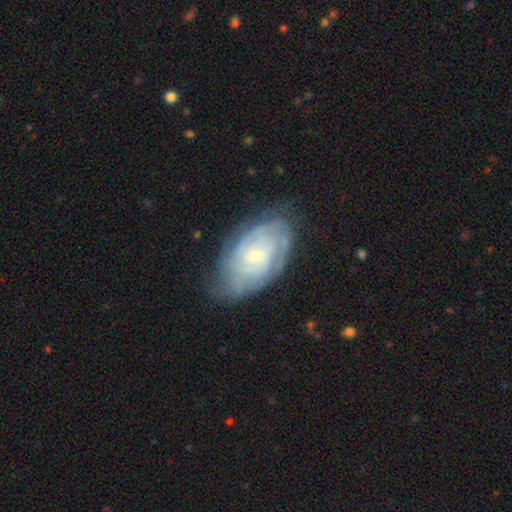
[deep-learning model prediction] Smooth or featured? Predicted: featured or disk (p=0.71). Edge-on disk? Predicted: no (p=0.95). Bar? Predicted: no (p=0.55). Spiral arms? Predicted: yes (p=0.88). Spiral winding? Predicted: tight (p=0.67). Spiral arm count? Predicted: can't tell (p=0.53). Bulge size? Predicted: small (p=0.52). Merging? Predicted: none (p=0.68).